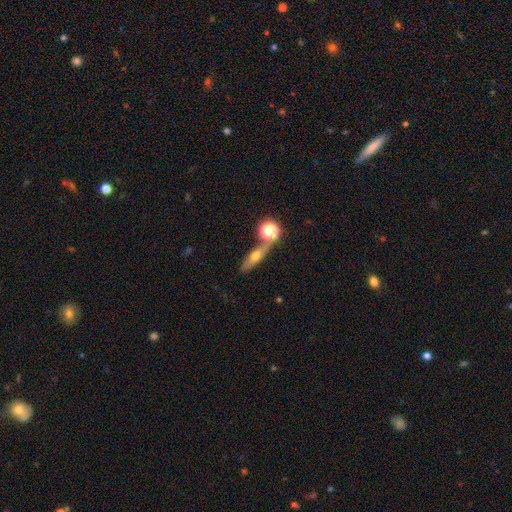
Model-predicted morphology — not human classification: Smooth or featured?
  - smooth: 47% *
  - featured or disk: 40%
  - star or artifact: 13%
Merging?
  - none: 65% *
  - merger: 18%
  - minor disturbance: 12%
  - major disturbance: 5%